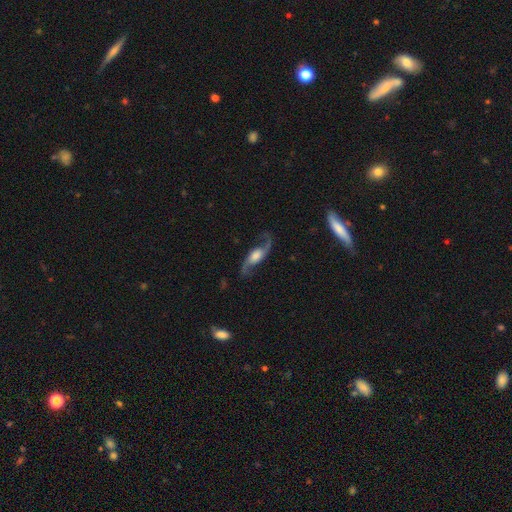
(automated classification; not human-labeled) The model was most divided on "bulge size": large: 40%, moderate: 30%, small: 13%, none: 9%, dominant: 8%. More confident: spiral arms — yes (96%); spiral arm count — 2 (94%); edge-on disk — no (90%); smooth or featured — featured or disk (86%); merging — none (78%); spiral winding — loose (76%); bar — no (52%).